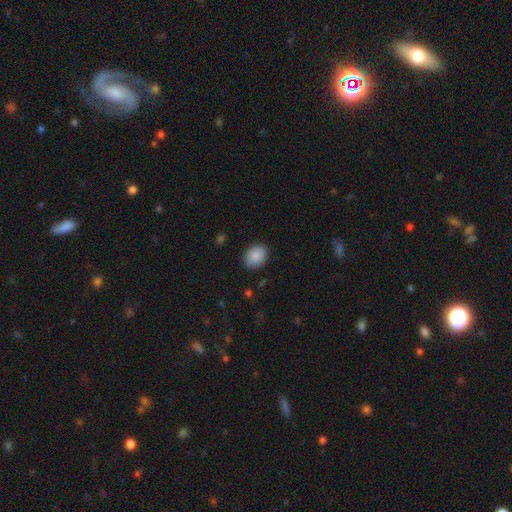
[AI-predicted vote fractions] Smooth or featured? smooth (90%)
How rounded? in between (63%)
Merging? none (87%)